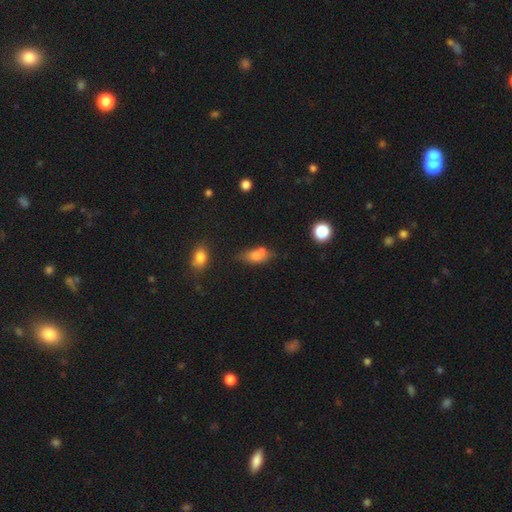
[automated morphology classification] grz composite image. It shows a smooth galaxy with no disk features (68%) that is in between round and cigar-shaped (76%). Merging: none (40%).